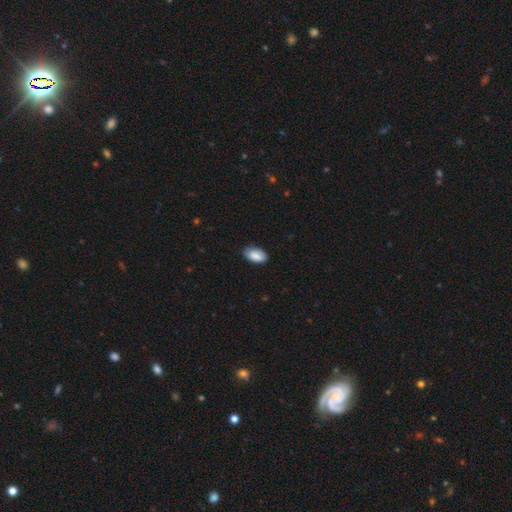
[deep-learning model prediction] This appears to be a smooth galaxy with no disk features (85%) that is in between round and cigar-shaped (95%). Merging: none (82%).